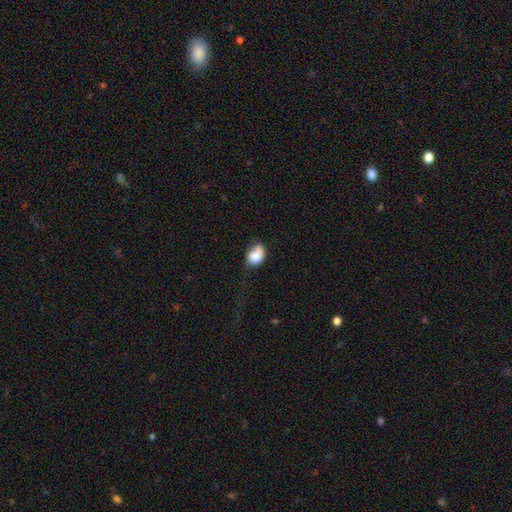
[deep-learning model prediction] Smooth or featured?
  - smooth: 80% *
  - featured or disk: 12%
  - star or artifact: 8%
How rounded?
  - in between: 70% *
  - round: 28%
  - cigar-shaped: 1%
Merging?
  - none: 34% *
  - minor disturbance: 33%
  - major disturbance: 21%
  - merger: 11%